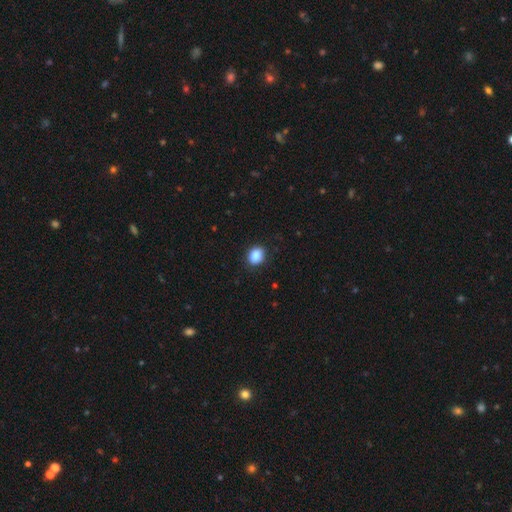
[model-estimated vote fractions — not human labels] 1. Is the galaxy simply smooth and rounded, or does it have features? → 88% smooth, 9% star or artifact, 4% featured or disk.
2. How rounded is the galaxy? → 53% in between, 45% round, 1% cigar-shaped.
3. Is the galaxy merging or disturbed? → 86% none, 11% minor disturbance, 3% major disturbance, 1% merger.